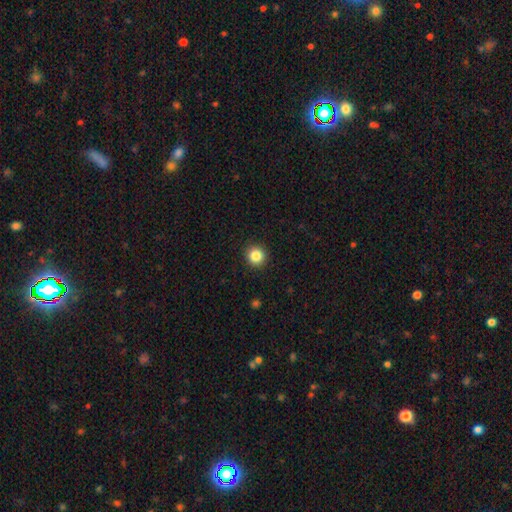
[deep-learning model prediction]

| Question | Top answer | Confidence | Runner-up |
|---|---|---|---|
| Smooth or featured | smooth | 85% | star or artifact (11%) |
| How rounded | round | 93% | in between (6%) |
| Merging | none | 93% | minor disturbance (5%) |